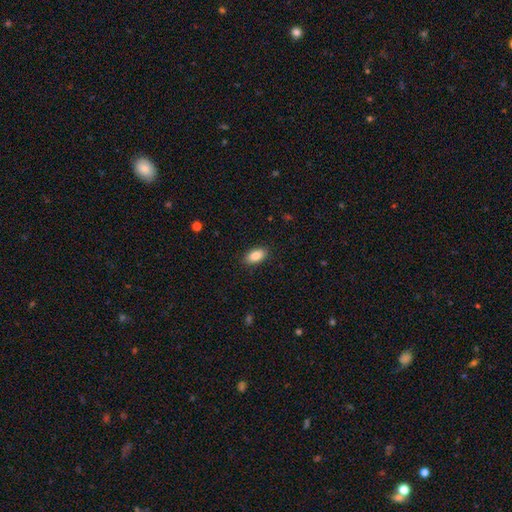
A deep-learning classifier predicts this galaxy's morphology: Smooth or featured? Predicted: smooth (p=0.87). How rounded? Predicted: in between (p=0.93). Merging? Predicted: none (p=0.89).